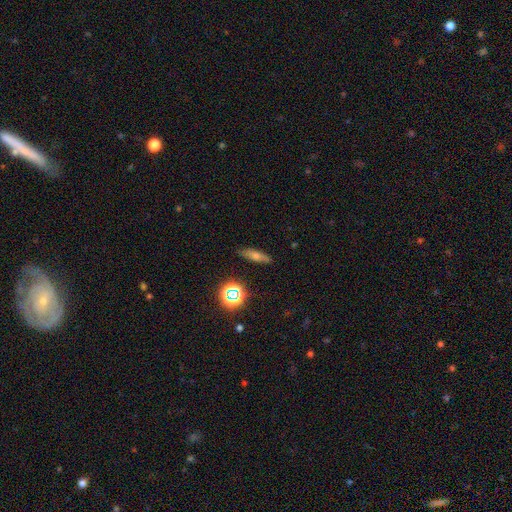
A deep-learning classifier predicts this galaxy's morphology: smooth_or_featured: smooth (p=0.54) [alt: featured or disk p=0.31]
how_rounded: cigar-shaped (p=0.57) [alt: in between p=0.35]
merging: none (p=0.86) [alt: minor disturbance p=0.10]